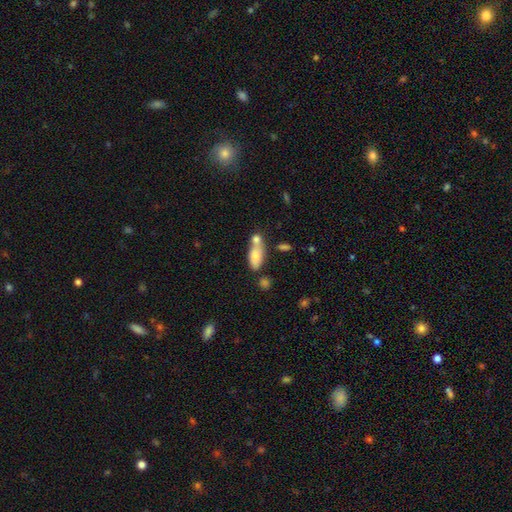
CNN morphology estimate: smooth_or_featured: smooth (p=0.76) [alt: featured or disk p=0.16]
how_rounded: in between (p=0.82) [alt: cigar-shaped p=0.13]
merging: merger (p=0.44) [alt: none p=0.37]